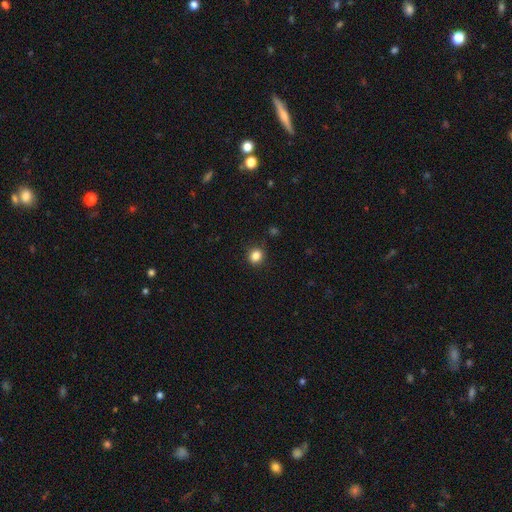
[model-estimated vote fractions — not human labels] Morphology: type=smooth (84%); roundness=round (81%); merging=none (89%).